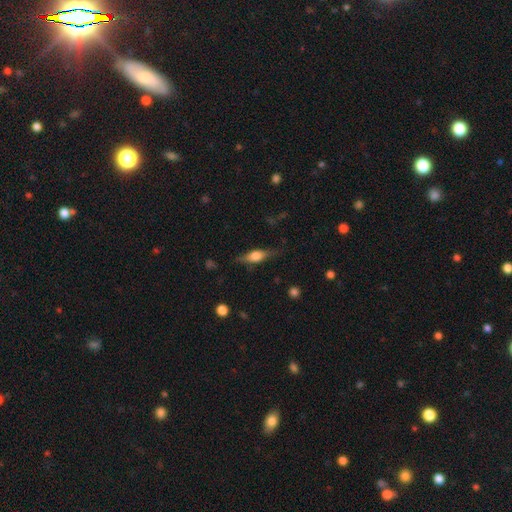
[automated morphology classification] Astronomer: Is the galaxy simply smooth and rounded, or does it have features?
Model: featured or disk — 51% (runner-up: smooth, 43%).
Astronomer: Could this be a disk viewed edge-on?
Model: yes — 93%.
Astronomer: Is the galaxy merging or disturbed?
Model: none — 80%.